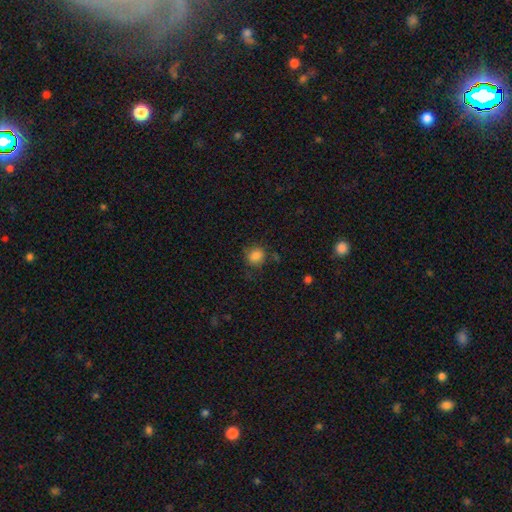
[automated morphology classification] smooth_or_featured: smooth (p=0.84) [alt: star or artifact p=0.10]
how_rounded: round (p=0.78) [alt: in between p=0.21]
merging: none (p=0.72) [alt: minor disturbance p=0.19]